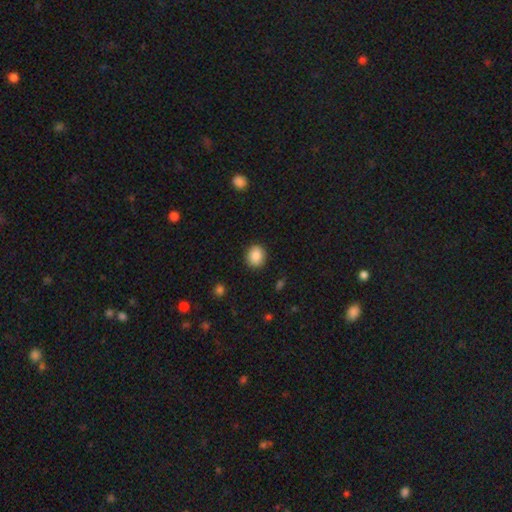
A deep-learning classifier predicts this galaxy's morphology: smooth 87%, star or artifact 8%, featured or disk 5%. Down the decision tree: how rounded — round (68%); merging — none (90%).